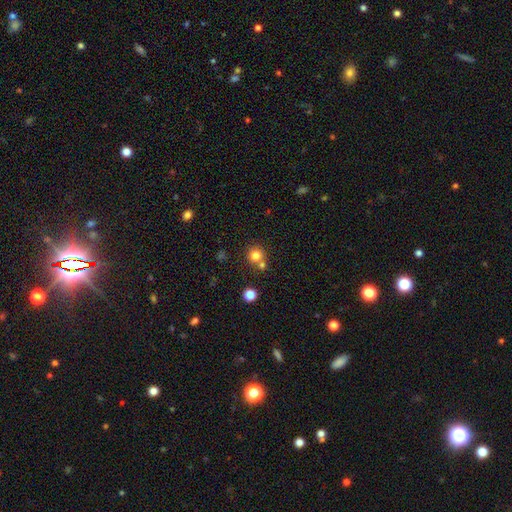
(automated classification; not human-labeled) smooth-or-featured: smooth: 78% | star or artifact: 13% | featured or disk: 8%
  how-rounded: round: 91% | in between: 8% | cigar-shaped: 1%
  merging: none: 64% | merger: 26% | minor disturbance: 7% | major disturbance: 3%